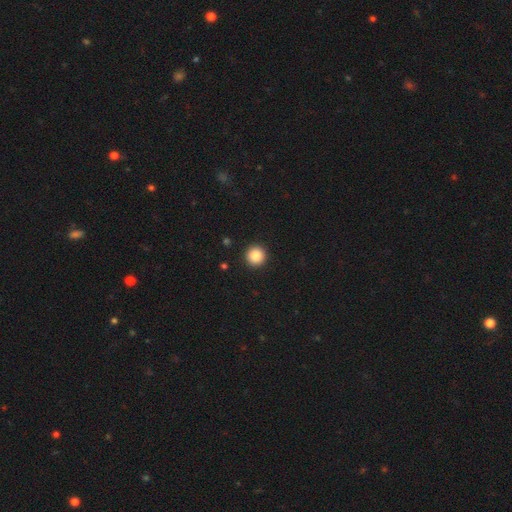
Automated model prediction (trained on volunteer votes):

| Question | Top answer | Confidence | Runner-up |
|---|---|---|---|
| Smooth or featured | smooth | 86% | star or artifact (10%) |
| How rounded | round | 96% | in between (3%) |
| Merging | none | 93% | minor disturbance (4%) |